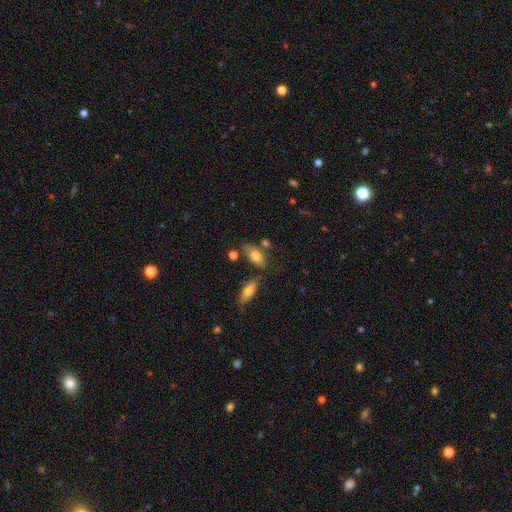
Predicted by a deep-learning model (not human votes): A smooth galaxy with no disk features (77%) that is in between round and cigar-shaped (88%).

Vote fractions:
- Smooth or featured? smooth: 77% / featured or disk: 16% / star or artifact: 8%
- How rounded? in between: 88% / cigar-shaped: 8% / round: 4%
- Merging? none: 68% / minor disturbance: 16% / merger: 12% / major disturbance: 4%